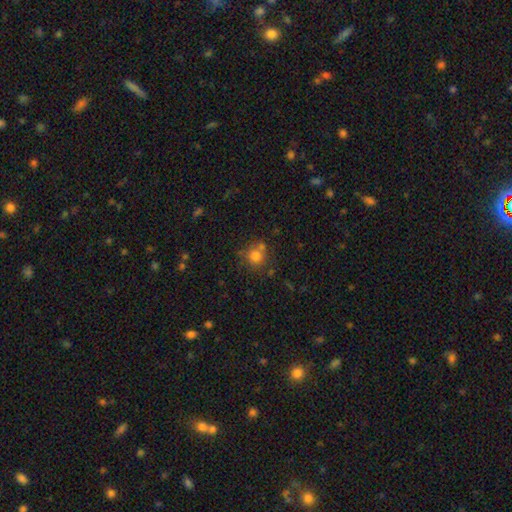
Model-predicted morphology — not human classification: A smooth galaxy with no disk features (76%) that is round (89%).

Vote fractions:
- Smooth or featured? smooth: 76% / star or artifact: 14% / featured or disk: 10%
- How rounded? round: 89% / in between: 10% / cigar-shaped: 1%
- Merging? none: 63% / merger: 19% / minor disturbance: 13% / major disturbance: 5%